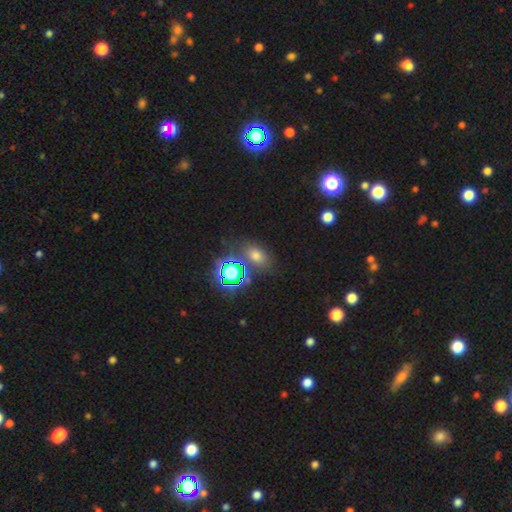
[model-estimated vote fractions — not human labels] A smooth galaxy with no disk features (59%) that is in between round and cigar-shaped (71%). Merging: none (75%).